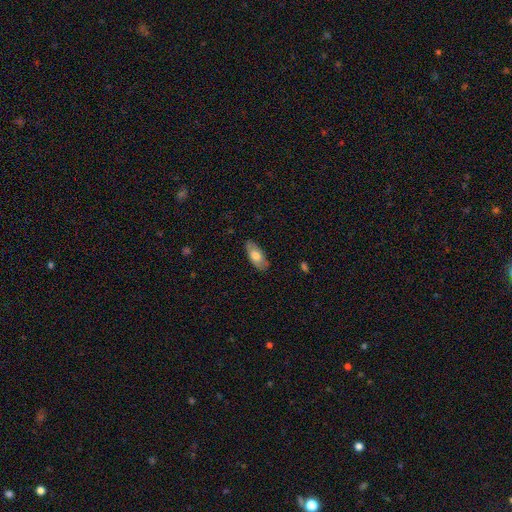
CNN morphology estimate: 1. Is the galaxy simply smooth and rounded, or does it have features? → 71% smooth, 23% featured or disk, 6% star or artifact.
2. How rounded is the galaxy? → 88% in between, 10% cigar-shaped, 2% round.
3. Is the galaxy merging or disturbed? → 83% none, 13% minor disturbance, 2% major disturbance, 1% merger.